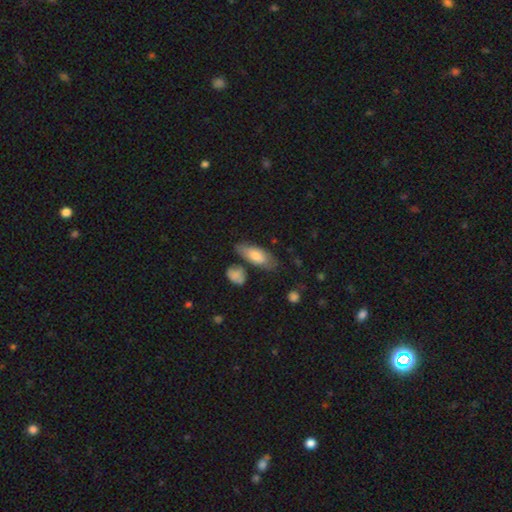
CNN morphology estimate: Q: Smooth or featured?
A: smooth (71%); runner-up: featured or disk (22%)
Q: How rounded?
A: in between (77%); runner-up: cigar-shaped (19%)
Q: Merging?
A: none (67%); runner-up: minor disturbance (22%)